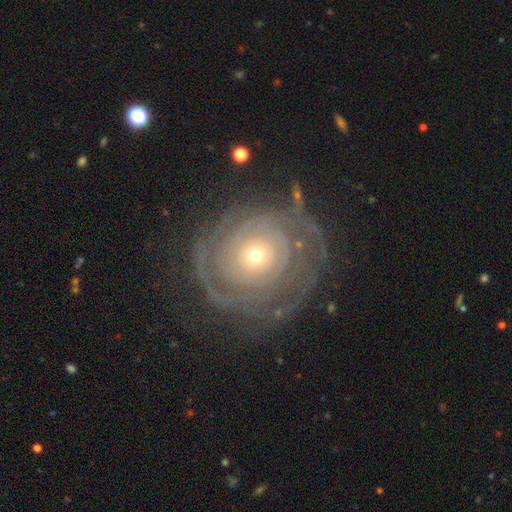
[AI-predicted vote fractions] Smooth or featured? featured or disk (83%)
Edge-on disk? no (96%)
Bar? no (85%)
Spiral arms? yes (89%)
Spiral winding? tight (83%)
Spiral arm count? can't tell (40%)
Bulge size? small (62%)
Merging? none (70%)